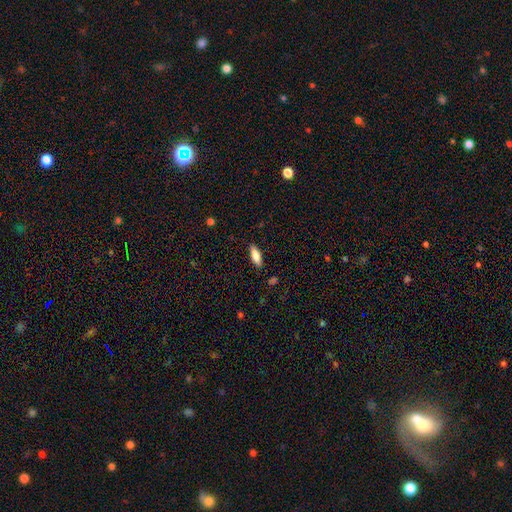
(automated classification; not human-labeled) Overall: smooth (79%). How rounded: in between (67%; cigar-shaped 31%). Merging: none (87%).